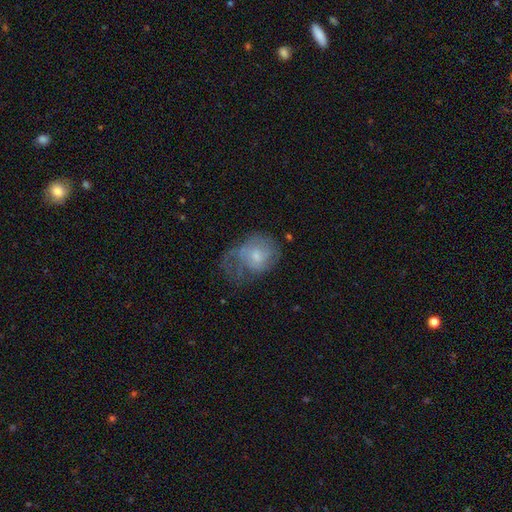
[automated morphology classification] Q: Smooth or featured?
A: featured or disk (48%); runner-up: smooth (44%)
Q: Merging?
A: major disturbance (43%); runner-up: none (28%)